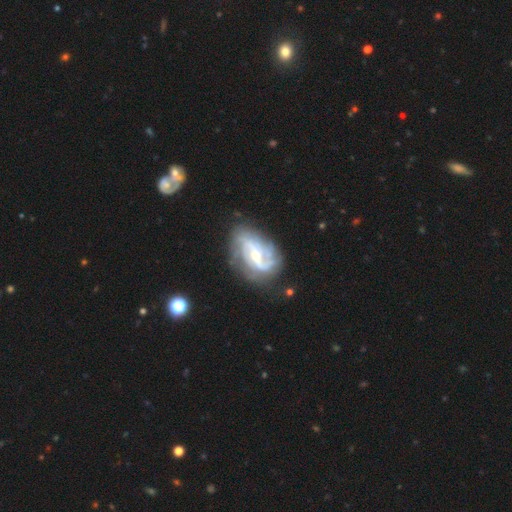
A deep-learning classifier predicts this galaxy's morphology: featured or disk 84%, smooth 10%, star or artifact 6%. Down the decision tree: edge-on disk — no (96%); bar — weak (41%); spiral arms — yes (92%); spiral arm count — 2 (49%); spiral winding — medium (41%); bulge size — small (61%); merging — none (65%).